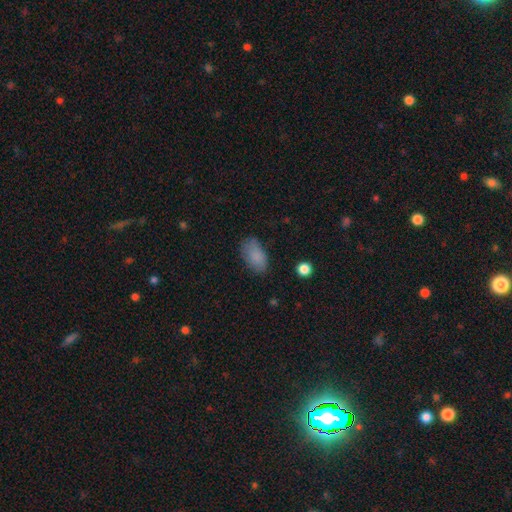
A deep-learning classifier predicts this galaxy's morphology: Smooth or featured: smooth — 85% (star or artifact — 8%)
How rounded: in between — 93% (round — 5%)
Merging: none — 74% (minor disturbance — 20%)